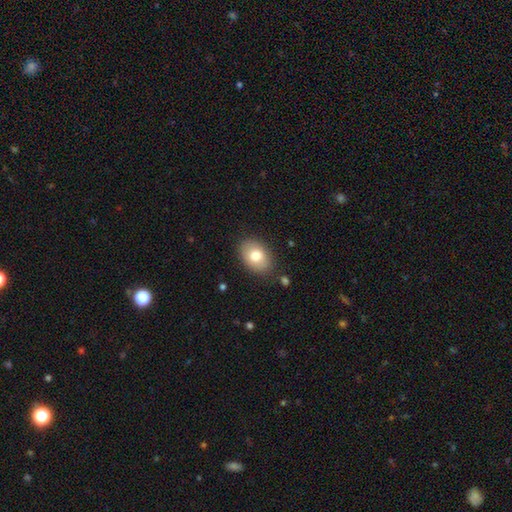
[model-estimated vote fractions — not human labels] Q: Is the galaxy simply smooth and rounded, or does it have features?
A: smooth — 78%.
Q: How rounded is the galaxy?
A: in between — 80%.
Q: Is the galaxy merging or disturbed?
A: none — 84%.